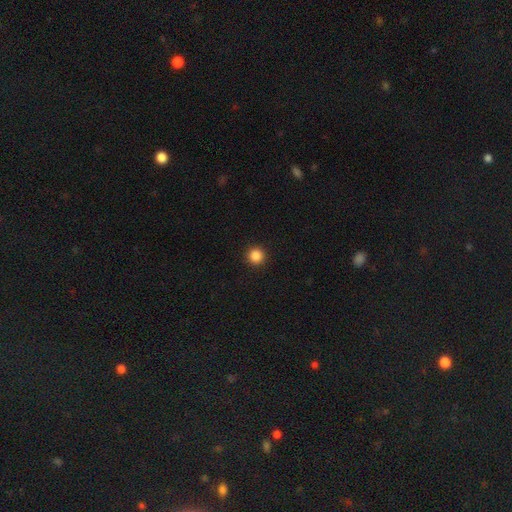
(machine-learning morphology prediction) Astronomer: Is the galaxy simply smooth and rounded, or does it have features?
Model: smooth — 86%.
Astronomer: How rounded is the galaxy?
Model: round — 96%.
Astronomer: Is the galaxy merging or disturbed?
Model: none — 93%.